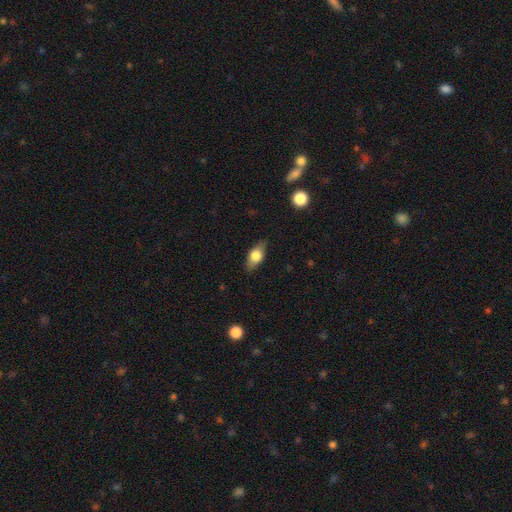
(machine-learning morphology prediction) A smooth galaxy with no disk features (69%) that is in between round and cigar-shaped (82%). Merging: none (82%).